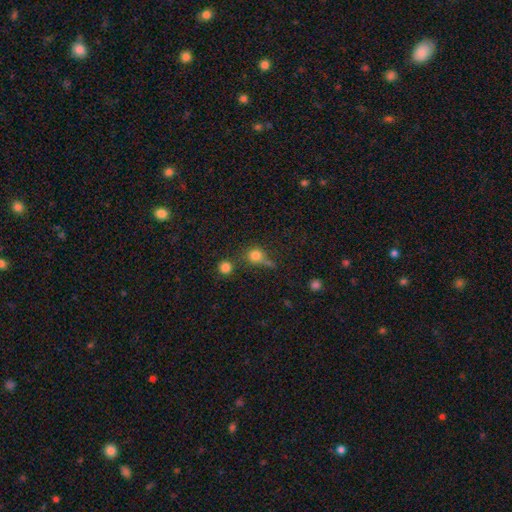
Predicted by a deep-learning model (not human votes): Overall: smooth (74%). How rounded: round (85%). Merging: none (54%; merger 19%).